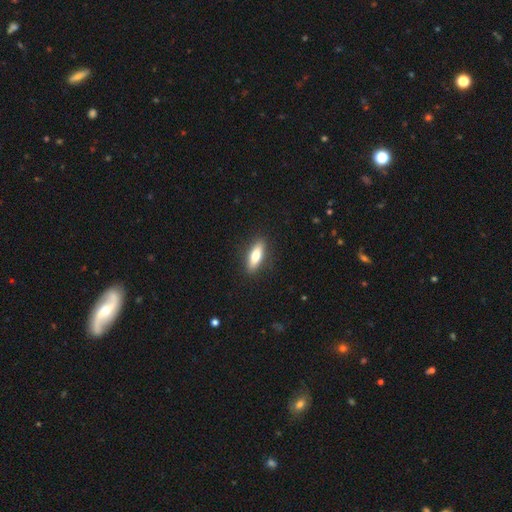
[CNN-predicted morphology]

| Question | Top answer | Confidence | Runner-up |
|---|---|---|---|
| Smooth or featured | smooth | 69% | featured or disk (25%) |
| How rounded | in between | 52% | cigar-shaped (46%) |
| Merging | none | 89% | minor disturbance (8%) |